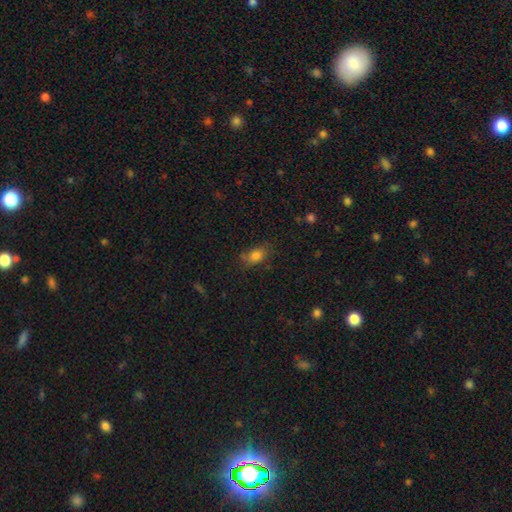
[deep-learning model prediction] This appears to be a smooth galaxy with no disk features (78%) that is in between round and cigar-shaped (76%). Merging: none (62%).